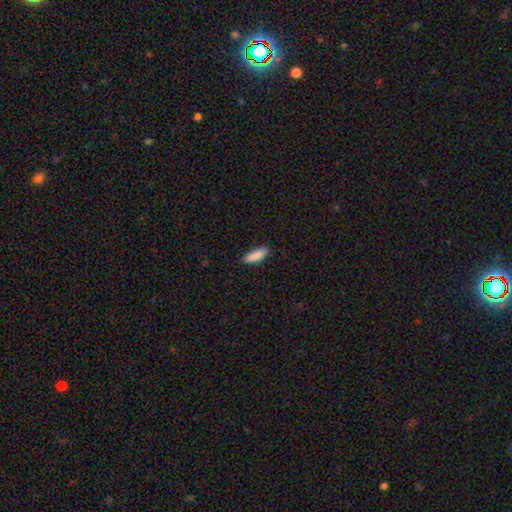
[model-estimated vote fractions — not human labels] The model was most divided on "how rounded": in between: 53%, cigar-shaped: 45%, round: 2%. More confident: smooth or featured — smooth (88%); merging — none (84%).